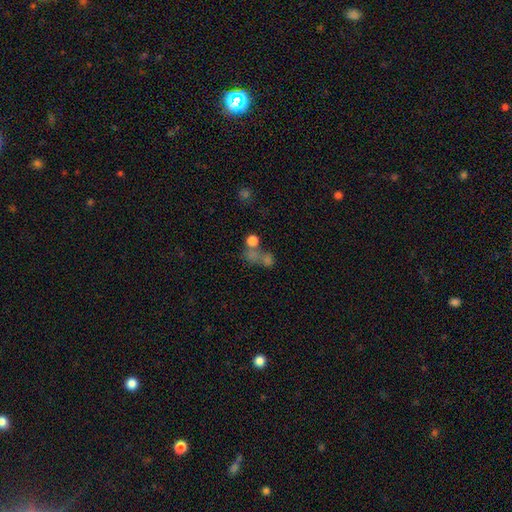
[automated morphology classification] This appears to be a smooth galaxy with no disk features (43%). Merging: merger (41%).